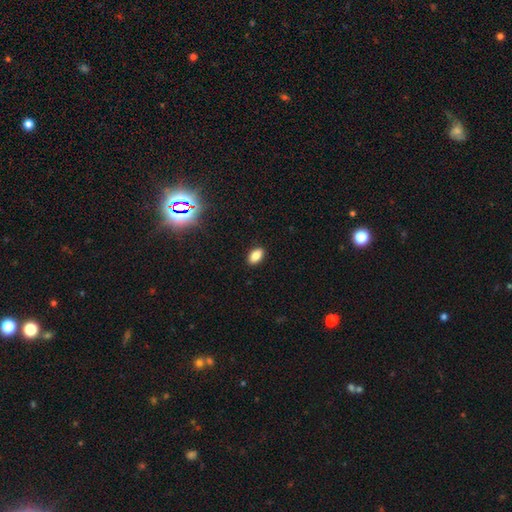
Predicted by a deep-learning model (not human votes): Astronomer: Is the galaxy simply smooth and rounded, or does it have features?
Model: smooth — 85%.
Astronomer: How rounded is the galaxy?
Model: in between — 91%.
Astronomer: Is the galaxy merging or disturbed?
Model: none — 90%.